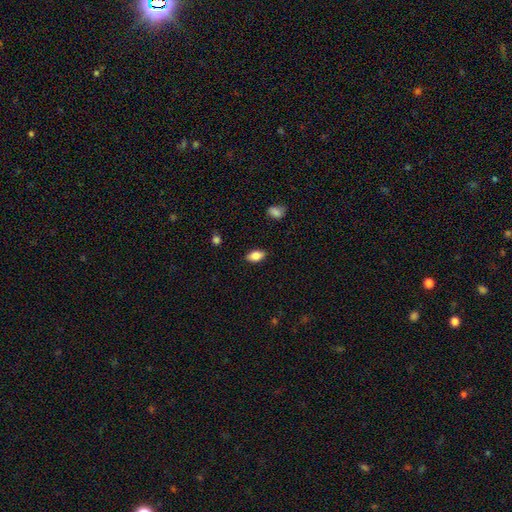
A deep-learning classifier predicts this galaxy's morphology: A smooth galaxy with no disk features (84%) that is in between round and cigar-shaped (90%).

Vote fractions:
- Smooth or featured? smooth: 84% / featured or disk: 9% / star or artifact: 8%
- How rounded? in between: 90% / round: 6% / cigar-shaped: 4%
- Merging? none: 86% / minor disturbance: 11% / major disturbance: 3% / merger: 1%